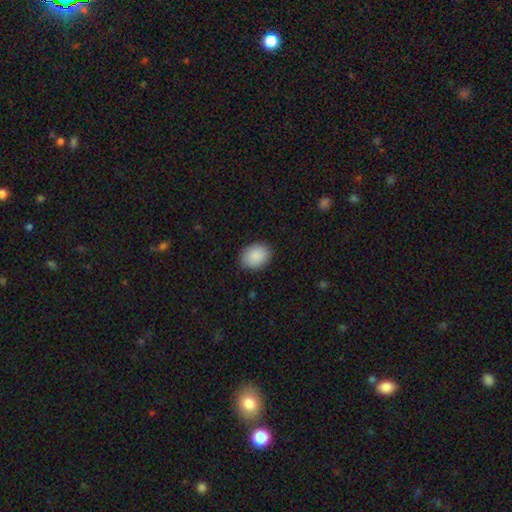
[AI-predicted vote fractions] A smooth galaxy with no disk features (90%) that is in between round and cigar-shaped (68%). Merging: none (87%).